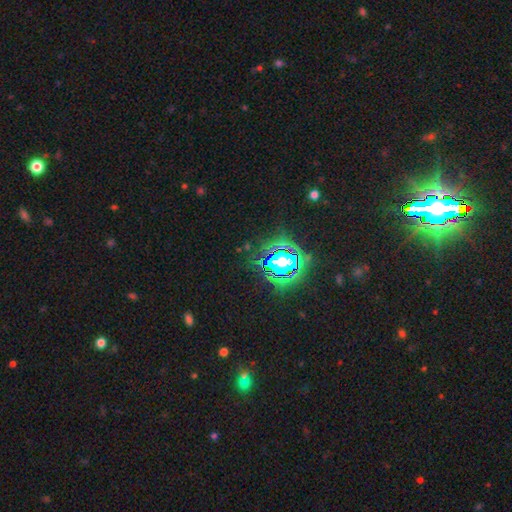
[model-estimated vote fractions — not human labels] Smooth or featured? Predicted: star or artifact (p=0.85).